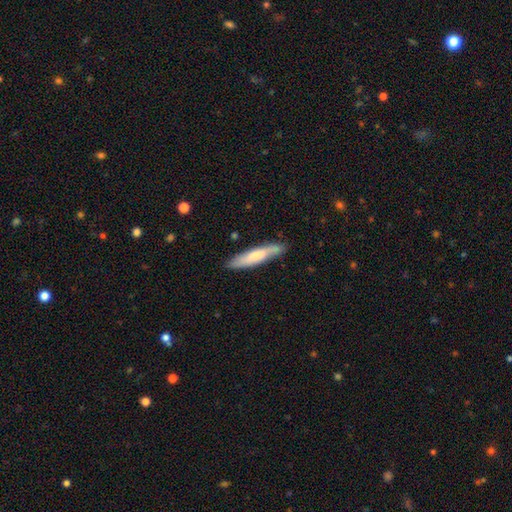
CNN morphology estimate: Smooth or featured? smooth (66%)
How rounded? cigar-shaped (83%)
Merging? none (81%)